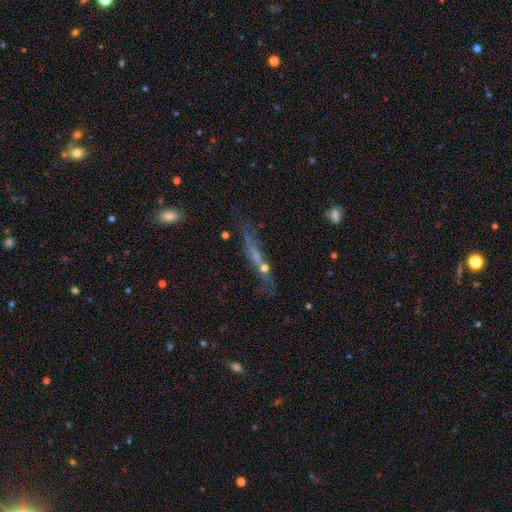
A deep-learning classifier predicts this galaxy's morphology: smooth_or_featured: featured or disk (p=0.45) [alt: smooth p=0.34]
merging: none (p=0.59) [alt: minor disturbance p=0.17]